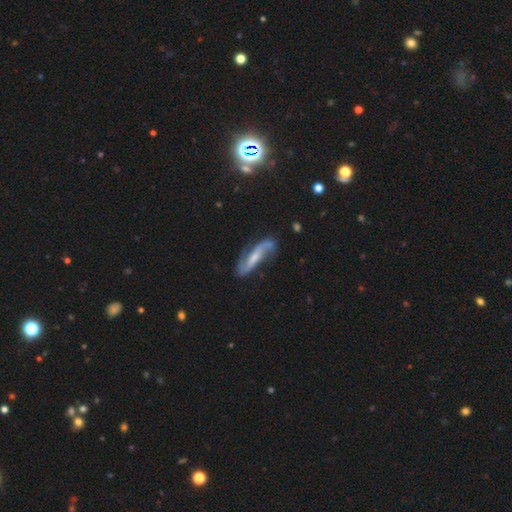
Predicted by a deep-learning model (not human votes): Smooth or featured?
  - featured or disk: 81% *
  - smooth: 11%
  - star or artifact: 8%
Edge-on disk?
  - no: 86% *
  - yes: 14%
Bar?
  - weak: 38% *
  - strong: 32%
  - no: 30%
Spiral arms?
  - yes: 95% *
  - no: 5%
Spiral winding?
  - loose: 49% *
  - medium: 37%
  - tight: 15%
Spiral arm count?
  - 2: 89% *
  - can't tell: 5%
  - 1: 3%
  - 3: 1%
  - 4: 1%
  - more than 4: 1%
Bulge size?
  - small: 50% *
  - moderate: 33%
  - none: 13%
  - large: 3%
  - dominant: 1%
Merging?
  - none: 70% *
  - minor disturbance: 19%
  - major disturbance: 8%
  - merger: 3%